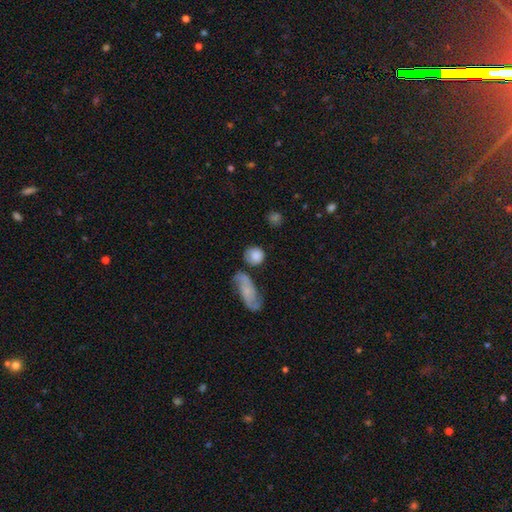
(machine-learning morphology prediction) A smooth galaxy with no disk features (79%) that is round (80%).

Vote fractions:
- Smooth or featured? smooth: 79% / featured or disk: 13% / star or artifact: 7%
- How rounded? round: 80% / in between: 17% / cigar-shaped: 3%
- Merging? none: 63% / minor disturbance: 16% / merger: 14% / major disturbance: 7%